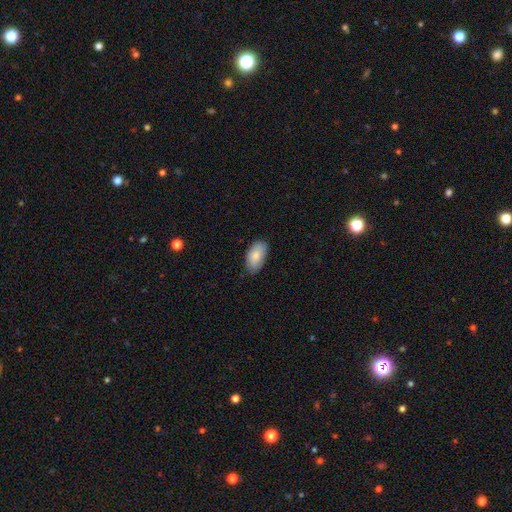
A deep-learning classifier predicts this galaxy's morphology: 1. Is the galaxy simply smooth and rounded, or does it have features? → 84% smooth, 10% featured or disk, 6% star or artifact.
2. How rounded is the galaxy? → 95% in between, 3% round, 2% cigar-shaped.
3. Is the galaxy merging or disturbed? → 81% none, 16% minor disturbance, 3% major disturbance, 1% merger.